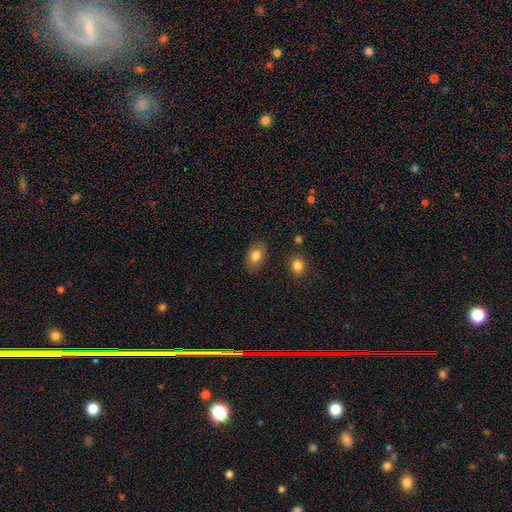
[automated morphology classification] Smooth or featured? smooth (81%)
How rounded? in between (87%)
Merging? none (84%)